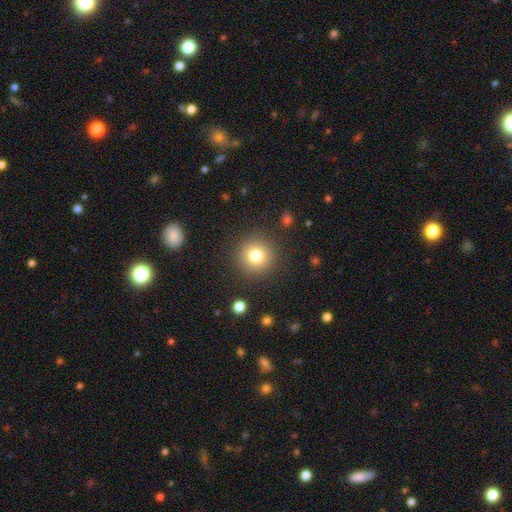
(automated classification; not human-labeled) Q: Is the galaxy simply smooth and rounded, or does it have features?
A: smooth — 78%.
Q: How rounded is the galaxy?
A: round — 95%.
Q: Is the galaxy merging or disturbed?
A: none — 89%.